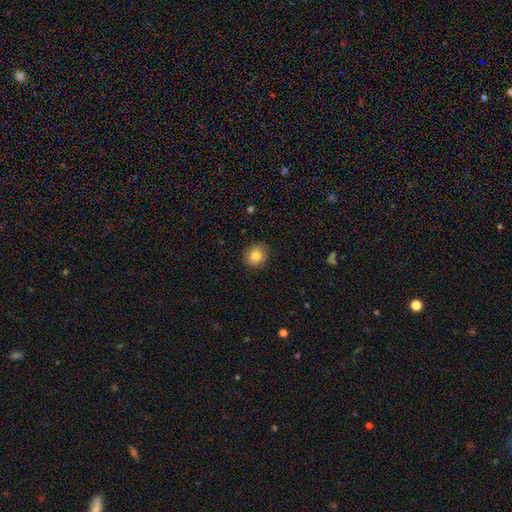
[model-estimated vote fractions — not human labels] This appears to be a smooth galaxy with no disk features (83%) that is round (87%). Merging: none (89%).